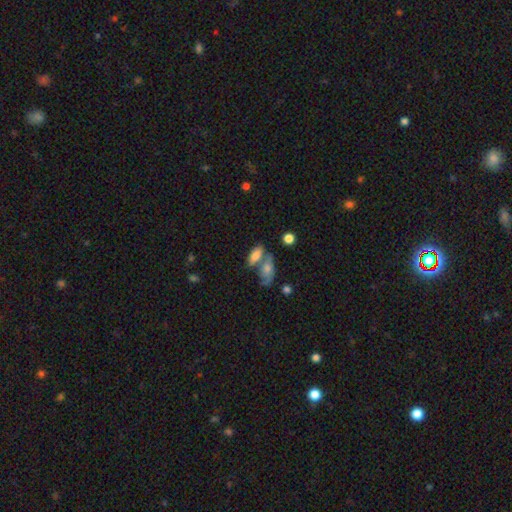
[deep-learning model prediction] Smooth or featured? smooth (72%)
How rounded? in between (77%)
Merging? none (44%)